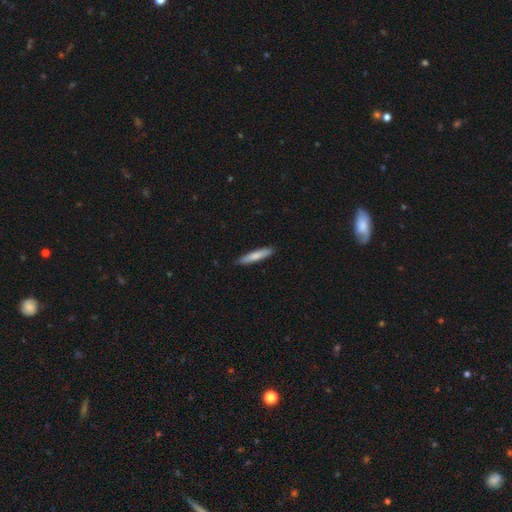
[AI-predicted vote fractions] A smooth galaxy with no disk features (76%) that is cigar-shaped (89%).

Vote fractions:
- Smooth or featured? smooth: 76% / featured or disk: 19% / star or artifact: 5%
- How rounded? cigar-shaped: 89% / in between: 9% / round: 1%
- Merging? none: 89% / minor disturbance: 9% / major disturbance: 2% / merger: 1%